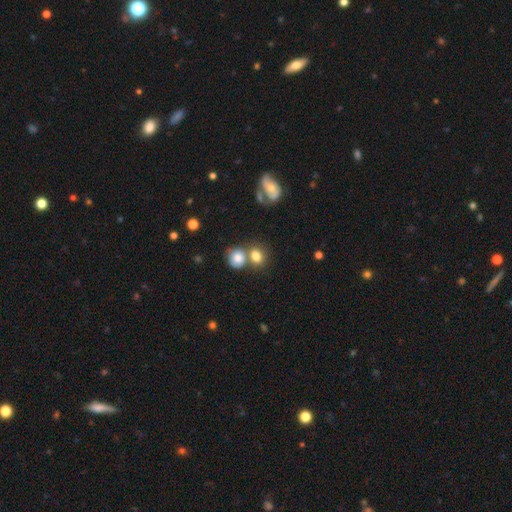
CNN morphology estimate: This appears to be a smooth galaxy with no disk features (77%) that is round (60%). Merging: merger (46%).